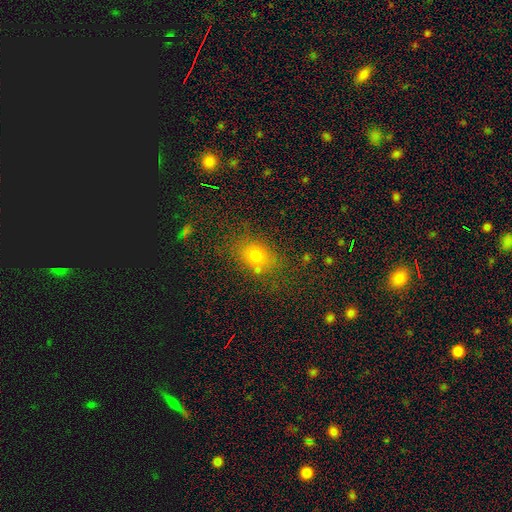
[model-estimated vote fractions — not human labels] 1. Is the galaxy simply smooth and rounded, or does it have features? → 75% smooth, 15% star or artifact, 11% featured or disk.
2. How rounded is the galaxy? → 66% in between, 31% round, 2% cigar-shaped.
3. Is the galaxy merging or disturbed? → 71% none, 15% minor disturbance, 7% merger, 6% major disturbance.